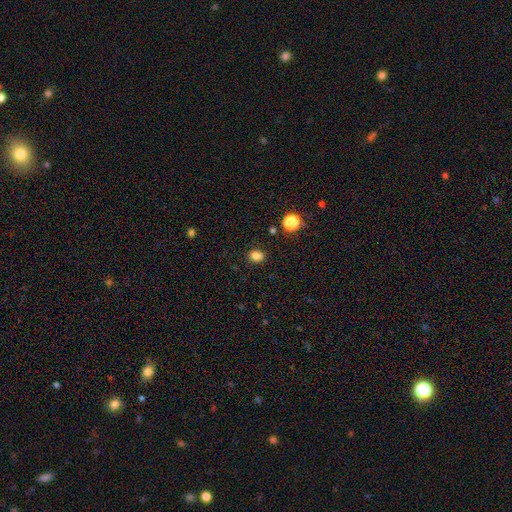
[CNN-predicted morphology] Q: Smooth or featured?
A: smooth (82%); runner-up: star or artifact (14%)
Q: How rounded?
A: in between (51%); runner-up: round (48%)
Q: Merging?
A: none (84%); runner-up: minor disturbance (11%)